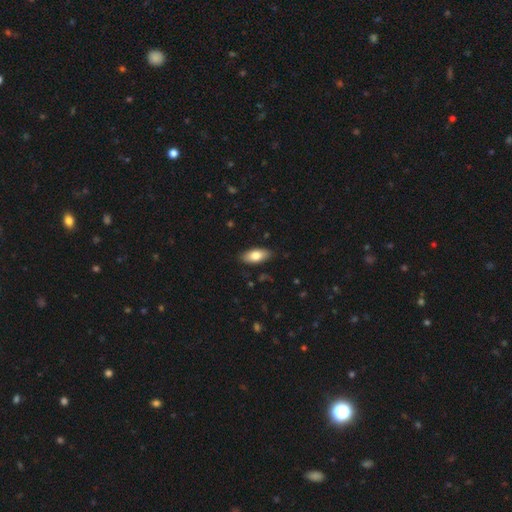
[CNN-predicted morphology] Smooth or featured? Predicted: smooth (p=0.78). How rounded? Predicted: in between (p=0.88). Merging? Predicted: none (p=0.87).